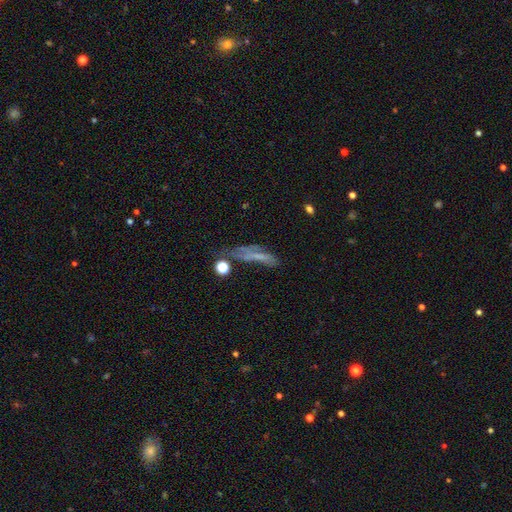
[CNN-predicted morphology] Smooth or featured: smooth — 44% (featured or disk — 36%)
Merging: none — 38% (major disturbance — 28%)